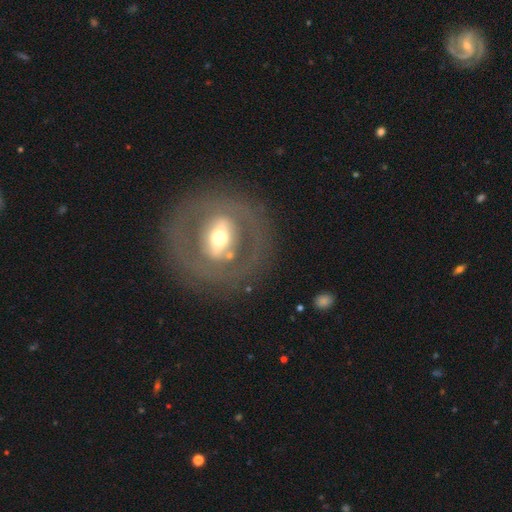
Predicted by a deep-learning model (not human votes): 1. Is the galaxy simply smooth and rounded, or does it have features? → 71% featured or disk, 21% smooth, 8% star or artifact.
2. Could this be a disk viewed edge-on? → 90% no, 10% yes.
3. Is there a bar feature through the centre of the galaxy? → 43% strong, 32% weak, 24% no.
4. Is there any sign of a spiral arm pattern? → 71% no, 29% yes.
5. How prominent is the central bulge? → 63% moderate, 22% small, 13% large, 2% dominant, 1% none.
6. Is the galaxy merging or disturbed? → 83% none, 9% minor disturbance, 6% major disturbance, 1% merger.